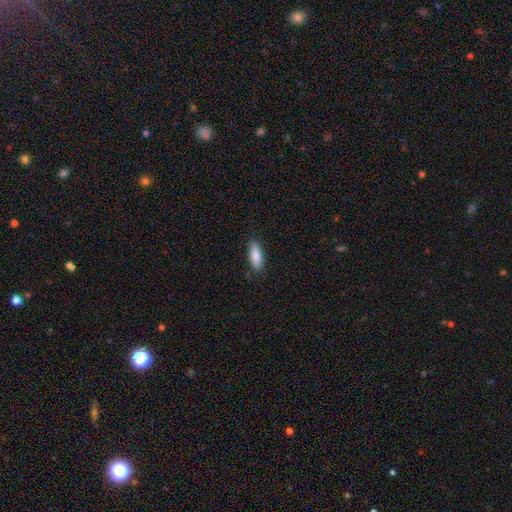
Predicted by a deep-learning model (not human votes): smooth-or-featured: smooth: 85% | featured or disk: 9% | star or artifact: 6%
  how-rounded: in between: 58% | cigar-shaped: 40% | round: 2%
  merging: none: 85% | minor disturbance: 12% | major disturbance: 2% | merger: 1%